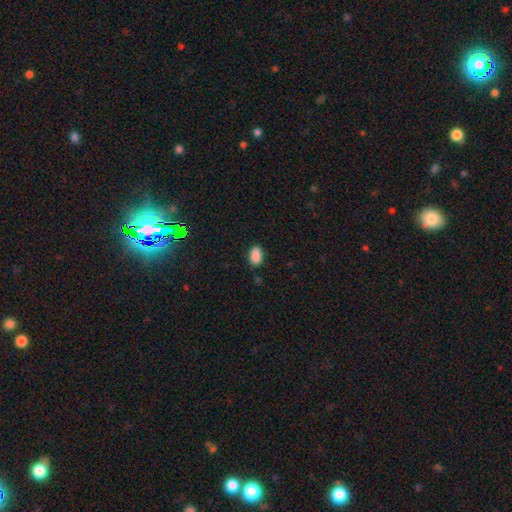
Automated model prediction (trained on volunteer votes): The model was most divided on "merging": none: 85%, minor disturbance: 12%, major disturbance: 2%, merger: 1%. More confident: how rounded — in between (92%); smooth or featured — smooth (89%).